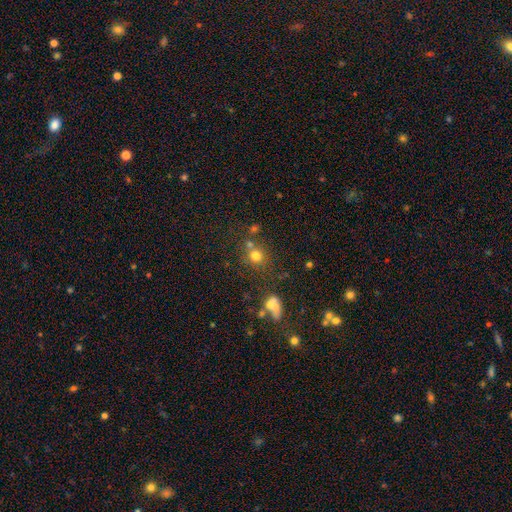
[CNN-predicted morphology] A smooth galaxy with no disk features (72%) that is round (84%). Merging: none (60%).